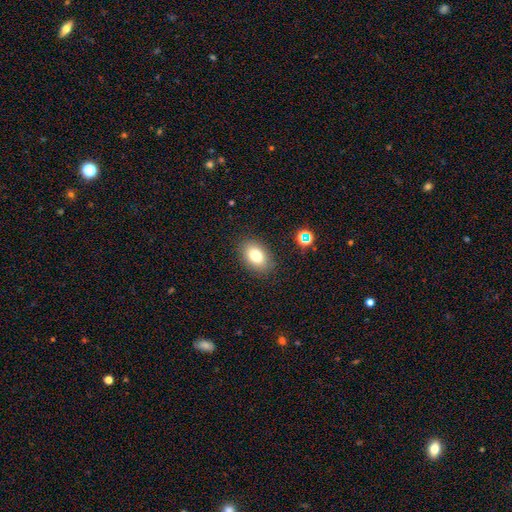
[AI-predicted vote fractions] This appears to be a smooth galaxy with no disk features (79%) that is in between round and cigar-shaped (84%). Merging: none (85%).